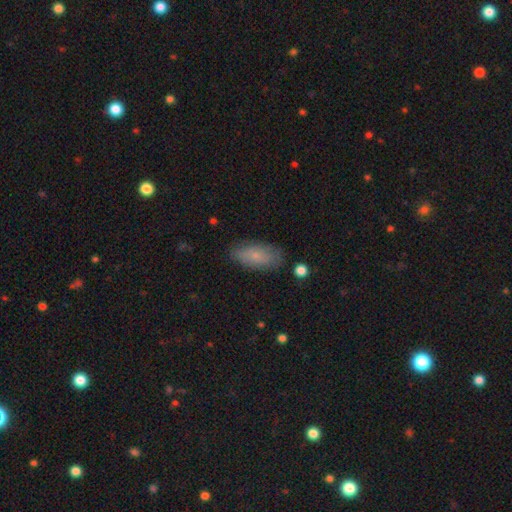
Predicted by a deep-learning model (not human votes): A smooth galaxy with no disk features (73%) that is in between round and cigar-shaped (88%). Merging: none (79%).